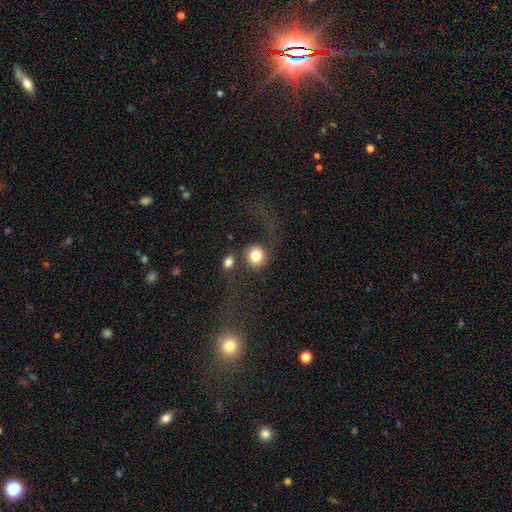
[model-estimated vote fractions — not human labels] The model was most divided on "merging": none: 53%, major disturbance: 19%, merger: 16%, minor disturbance: 13%. More confident: how rounded — round (83%); smooth or featured — smooth (78%).